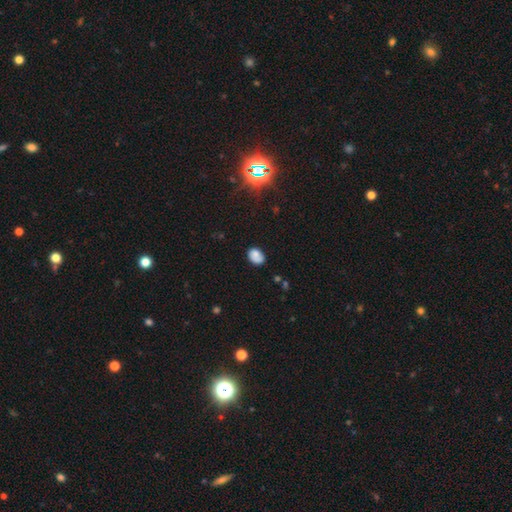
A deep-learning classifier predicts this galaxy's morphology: smooth-or-featured: smooth: 75% | featured or disk: 14% | star or artifact: 11%
  how-rounded: in between: 74% | round: 25% | cigar-shaped: 1%
  merging: none: 61% | minor disturbance: 25% | major disturbance: 7% | merger: 6%